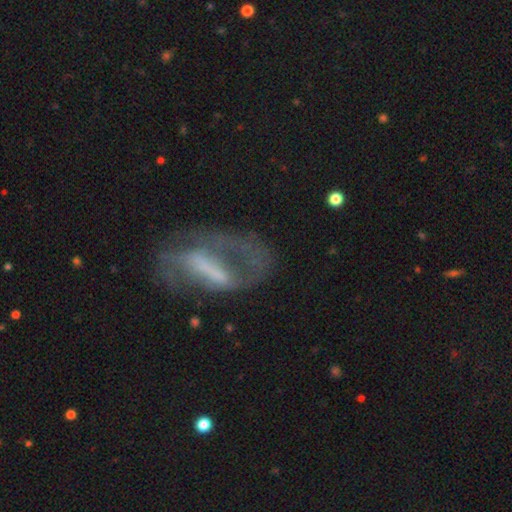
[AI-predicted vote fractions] smooth_or_featured: featured or disk (p=0.67) [alt: smooth p=0.22]
disk_edge_on: no (p=0.87) [alt: yes p=0.13]
bar: strong (p=0.49) [alt: weak p=0.28]
has_spiral_arms: yes (p=0.58) [alt: no p=0.42]
bulge_size: none (p=0.46) [alt: small p=0.23]
merging: none (p=0.40) [alt: major disturbance p=0.37]